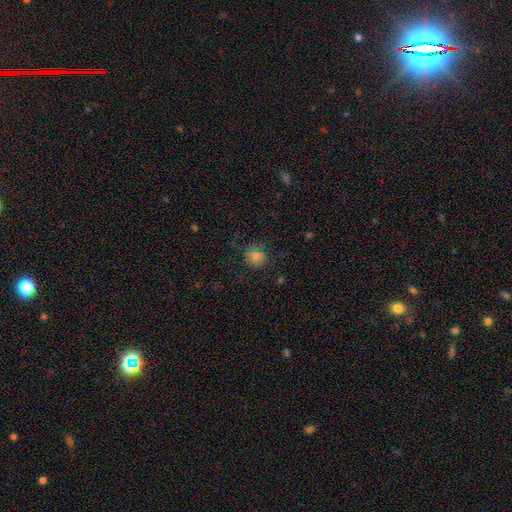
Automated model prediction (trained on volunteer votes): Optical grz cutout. It shows a smooth galaxy with no disk features (69%) that is round (86%). Merging: none (76%).